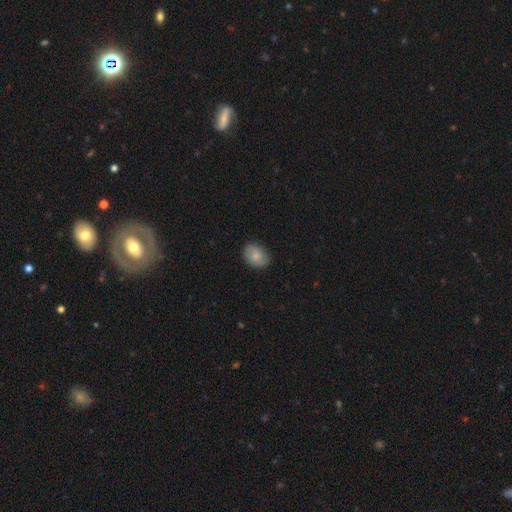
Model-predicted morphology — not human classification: type=smooth (77%); roundness=in between (67%); merging=none (85%).